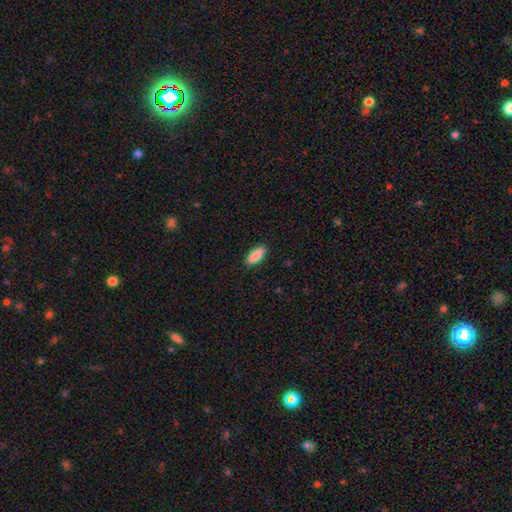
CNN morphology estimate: smooth 88%, featured or disk 6%, star or artifact 6%. Down the decision tree: how rounded — in between (78%); merging — none (89%).